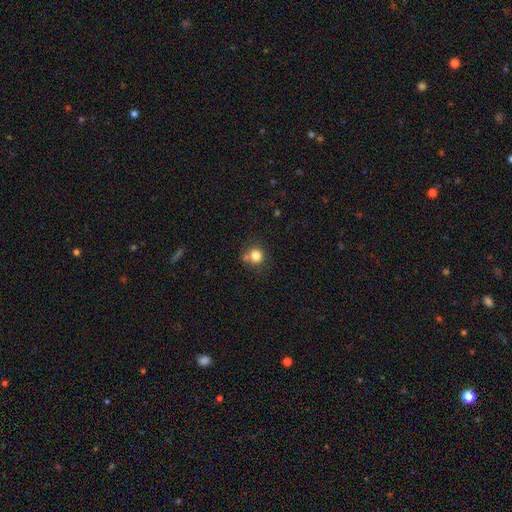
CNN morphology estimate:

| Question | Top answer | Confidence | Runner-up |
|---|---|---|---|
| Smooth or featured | smooth | 81% | star or artifact (12%) |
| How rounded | round | 85% | in between (14%) |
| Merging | none | 63% | minor disturbance (16%) |